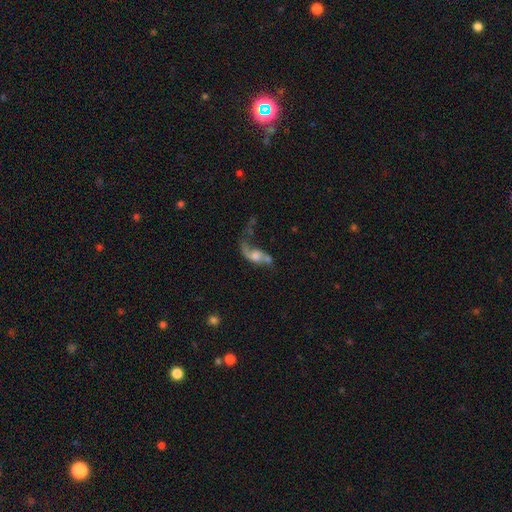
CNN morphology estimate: A featured or disk galaxy (67%) with no bar (65%), 2 (68%) loose (85%) spiral arms (83%) and a moderate central bulge (38%). Merging: major disturbance (31%).